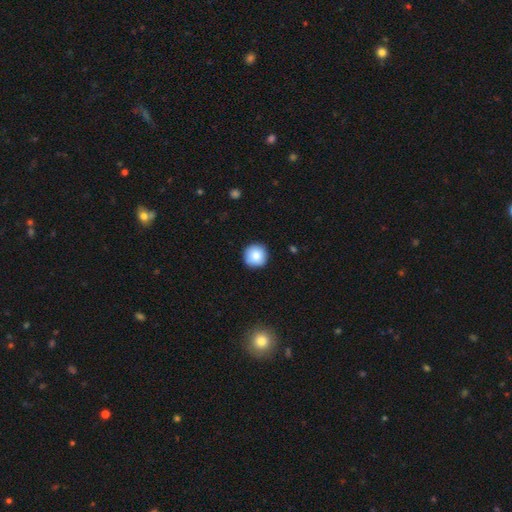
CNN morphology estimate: This is clearly a smooth galaxy (86%). How rounded: clearly round (96%). Merging: clearly none (90%).